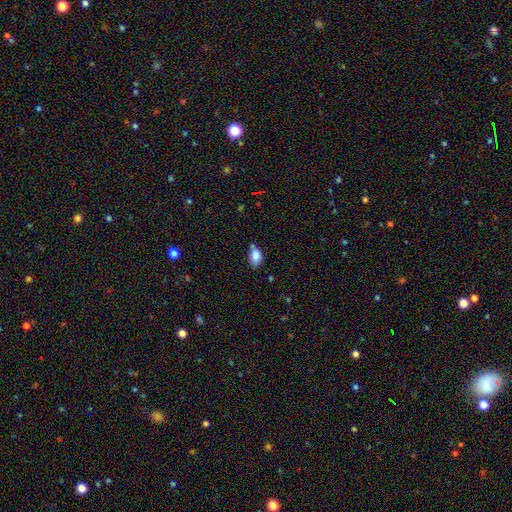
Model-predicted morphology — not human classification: This is clearly a smooth galaxy (83%). How rounded: clearly in between (87%). Merging: possibly none (53%).